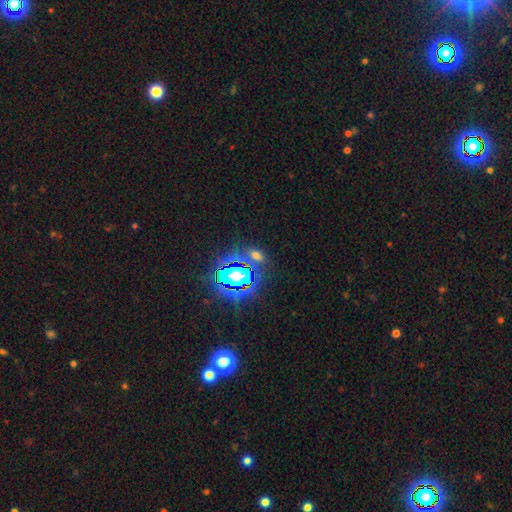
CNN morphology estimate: A star or artifact, not a galaxy (46%).

Vote fractions:
- Smooth or featured? star or artifact: 46% / smooth: 44% / featured or disk: 10%